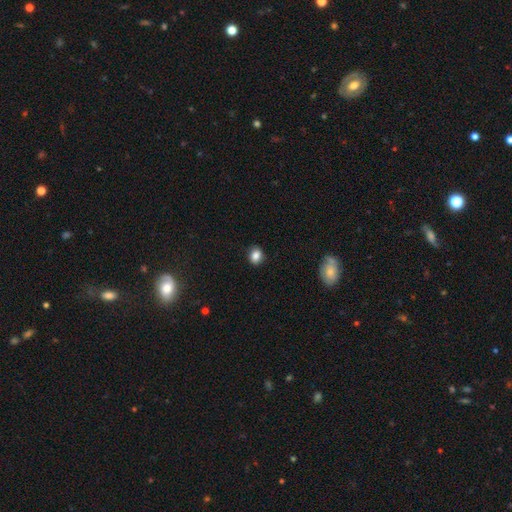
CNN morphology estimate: A smooth galaxy with no disk features (85%) that is round (55%).

Vote fractions:
- Smooth or featured? smooth: 85% / star or artifact: 10% / featured or disk: 5%
- How rounded? round: 55% / in between: 44% / cigar-shaped: 1%
- Merging? none: 88% / minor disturbance: 9% / major disturbance: 2% / merger: 1%